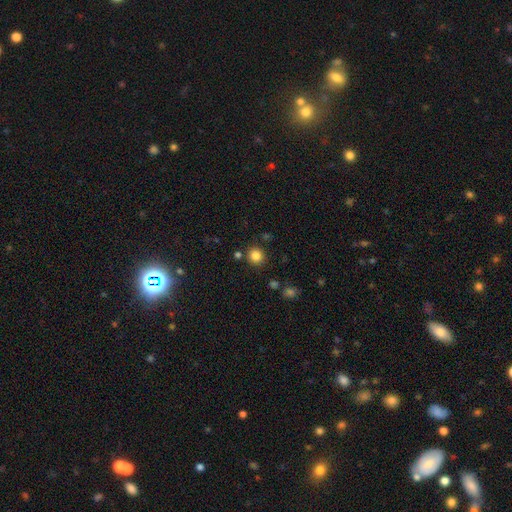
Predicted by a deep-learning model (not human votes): Smooth or featured? smooth (84%)
How rounded? round (91%)
Merging? none (87%)